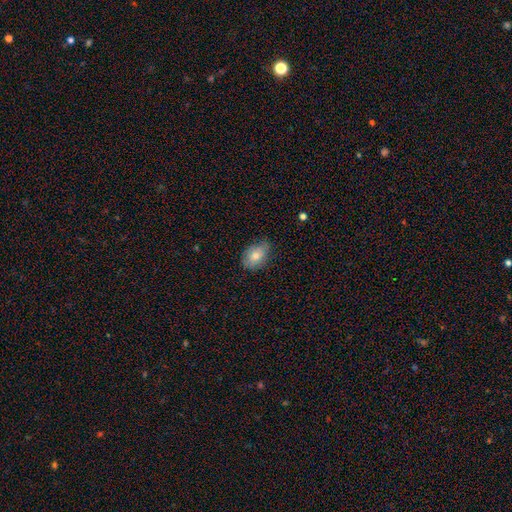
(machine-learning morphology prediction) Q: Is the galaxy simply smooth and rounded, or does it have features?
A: smooth — 78%.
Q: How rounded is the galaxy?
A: in between — 81%.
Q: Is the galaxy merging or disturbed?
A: none — 68%.